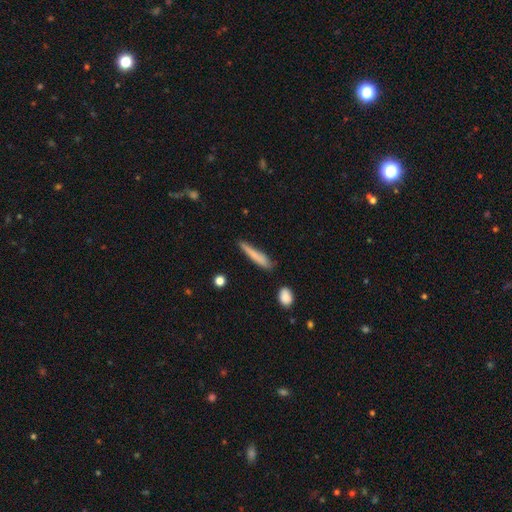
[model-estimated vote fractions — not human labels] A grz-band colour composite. It shows a smooth galaxy with no disk features (74%) that is cigar-shaped (92%). Merging: none (72%).